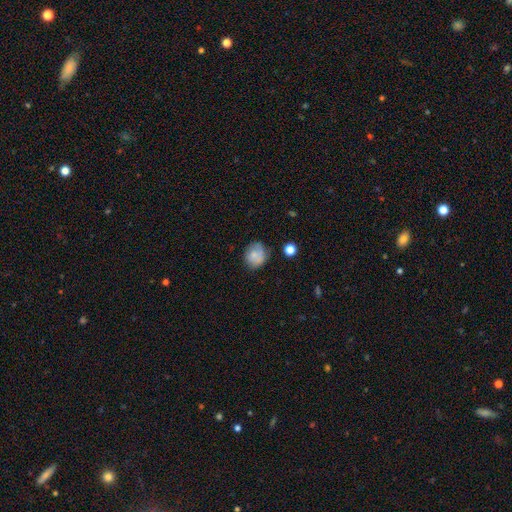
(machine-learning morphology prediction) Smooth or featured?
  - smooth: 72% *
  - featured or disk: 19%
  - star or artifact: 9%
How rounded?
  - round: 73% *
  - in between: 26%
  - cigar-shaped: 1%
Merging?
  - none: 64% *
  - minor disturbance: 24%
  - major disturbance: 8%
  - merger: 4%